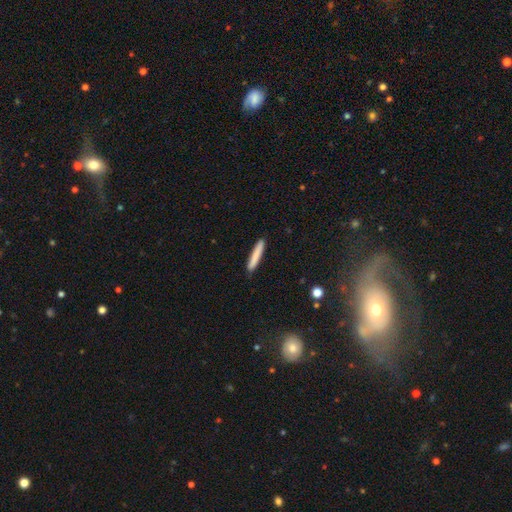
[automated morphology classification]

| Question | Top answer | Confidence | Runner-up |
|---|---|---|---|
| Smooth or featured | smooth | 82% | featured or disk (12%) |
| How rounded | cigar-shaped | 94% | in between (5%) |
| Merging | none | 91% | minor disturbance (7%) |